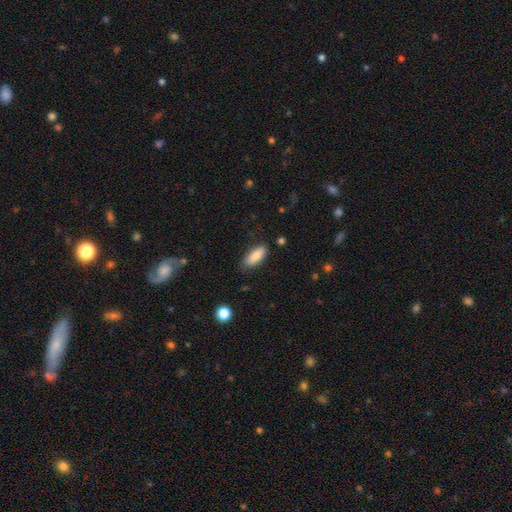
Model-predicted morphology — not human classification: smooth_or_featured: smooth (p=0.85) [alt: featured or disk p=0.09]
how_rounded: in between (p=0.77) [alt: cigar-shaped p=0.21]
merging: none (p=0.82) [alt: minor disturbance p=0.14]